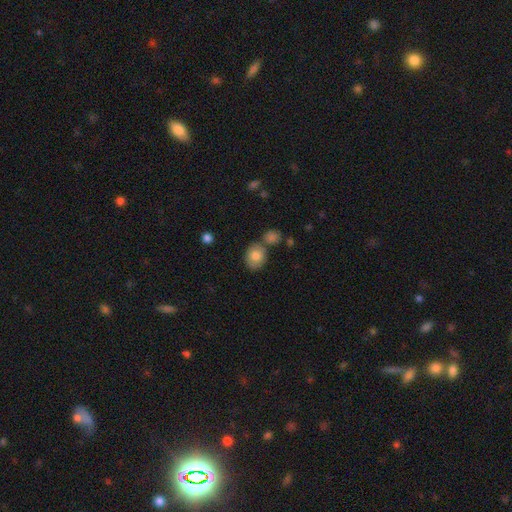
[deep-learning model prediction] smooth-or-featured: smooth: 80% | featured or disk: 12% | star or artifact: 8%
  how-rounded: round: 61% | in between: 38% | cigar-shaped: 1%
  merging: none: 65% | merger: 18% | minor disturbance: 13% | major disturbance: 3%